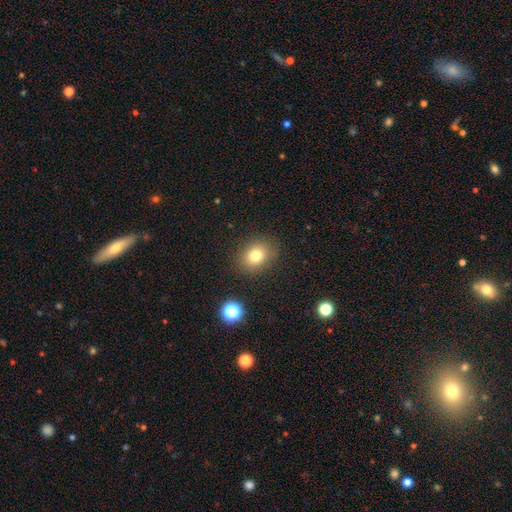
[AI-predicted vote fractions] Smooth or featured: smooth — 78% (star or artifact — 12%)
How rounded: round — 50% (in between — 49%)
Merging: none — 85% (minor disturbance — 10%)